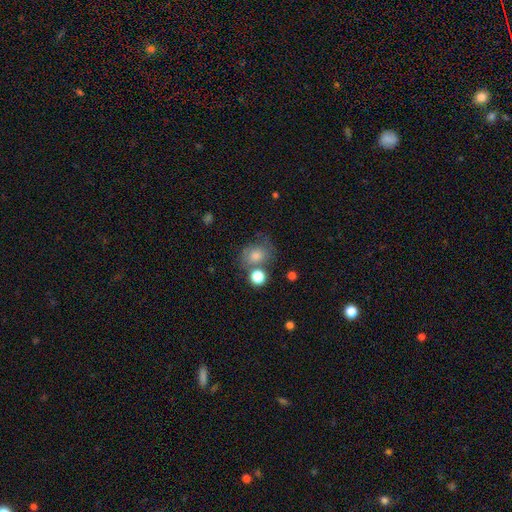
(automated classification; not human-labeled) This is likely a smooth galaxy (63%). How rounded: likely round (63%). Merging: possibly none (51%).